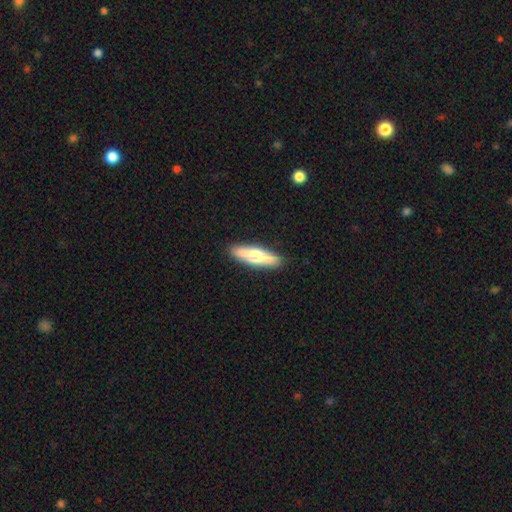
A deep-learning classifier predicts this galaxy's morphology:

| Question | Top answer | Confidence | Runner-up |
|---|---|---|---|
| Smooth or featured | smooth | 54% | featured or disk (40%) |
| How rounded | cigar-shaped | 75% | in between (23%) |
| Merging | none | 90% | minor disturbance (7%) |